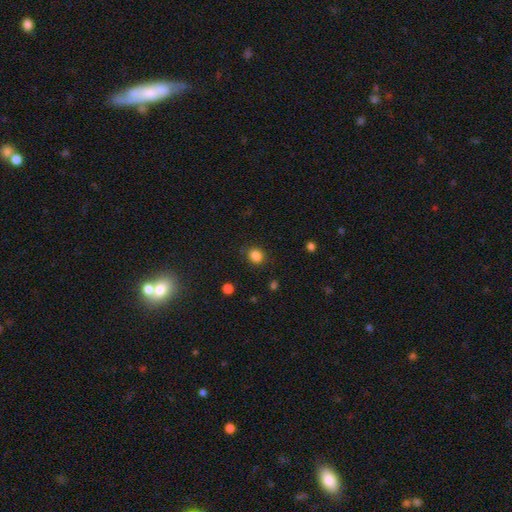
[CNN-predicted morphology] The model was most divided on "how rounded": round: 70%, in between: 29%, cigar-shaped: 1%. More confident: smooth or featured — smooth (85%); merging — none (83%).